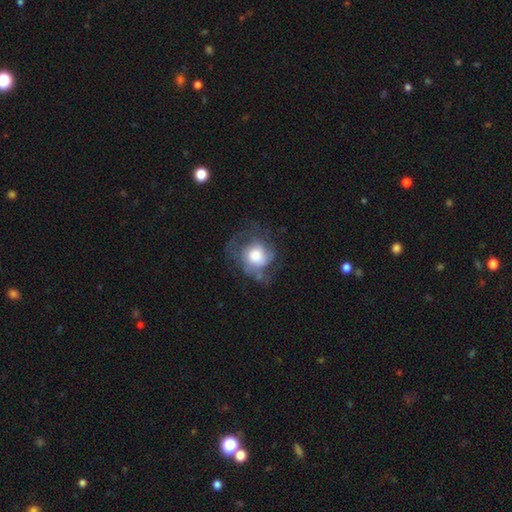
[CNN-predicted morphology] type=featured or disk (48%); merging=none (44%).